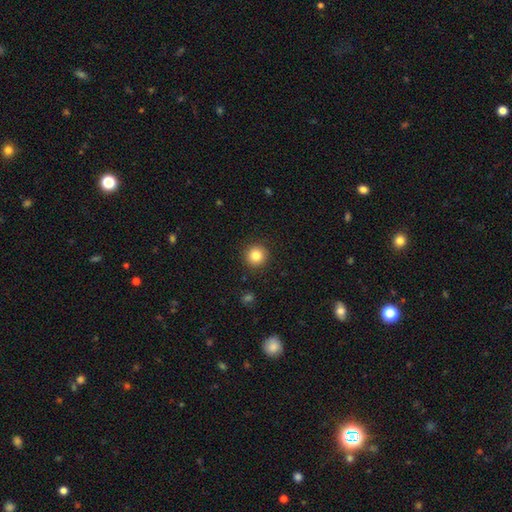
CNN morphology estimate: This appears to be a smooth galaxy with no disk features (84%) that is round (95%). Merging: none (91%).